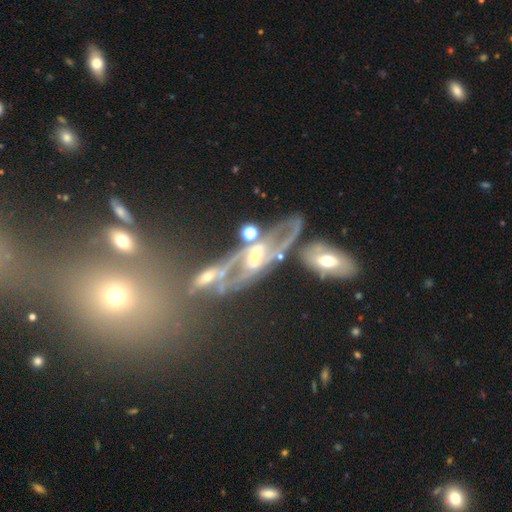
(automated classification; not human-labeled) Smooth or featured?
  - featured or disk: 75% *
  - smooth: 13%
  - star or artifact: 12%
Edge-on disk?
  - no: 85% *
  - yes: 15%
Bar?
  - no: 47% *
  - weak: 33%
  - strong: 20%
Spiral arms?
  - yes: 72% *
  - no: 28%
Bulge size?
  - small: 44% *
  - moderate: 42%
  - large: 7%
  - none: 5%
  - dominant: 2%
Merging?
  - none: 36% *
  - merger: 28%
  - major disturbance: 21%
  - minor disturbance: 16%